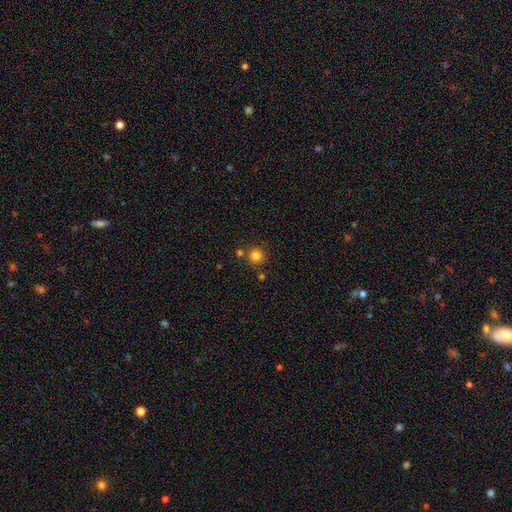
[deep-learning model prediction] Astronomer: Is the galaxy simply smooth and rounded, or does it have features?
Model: smooth — 81%.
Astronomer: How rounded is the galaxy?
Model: round — 93%.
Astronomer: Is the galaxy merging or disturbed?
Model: none — 76%.